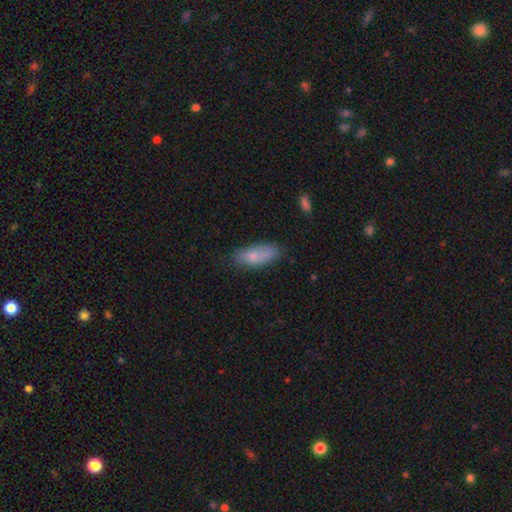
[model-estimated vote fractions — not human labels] Smooth or featured?
  - smooth: 76% *
  - featured or disk: 18%
  - star or artifact: 7%
How rounded?
  - in between: 73% *
  - cigar-shaped: 24%
  - round: 3%
Merging?
  - none: 73% *
  - minor disturbance: 20%
  - major disturbance: 4%
  - merger: 2%